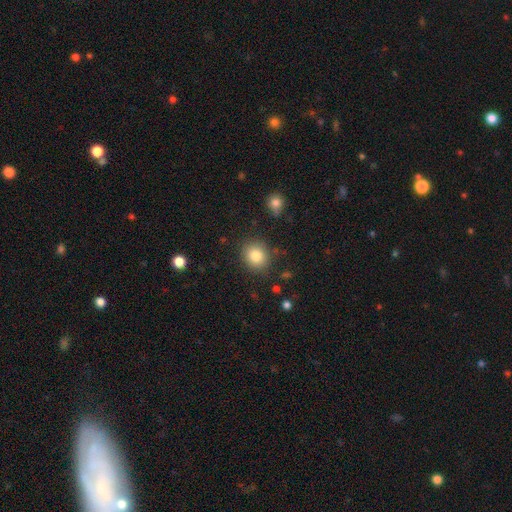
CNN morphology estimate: smooth-or-featured: smooth: 82% | star or artifact: 10% | featured or disk: 8%
  how-rounded: round: 79% | in between: 20% | cigar-shaped: 1%
  merging: none: 86% | minor disturbance: 9% | major disturbance: 3% | merger: 2%